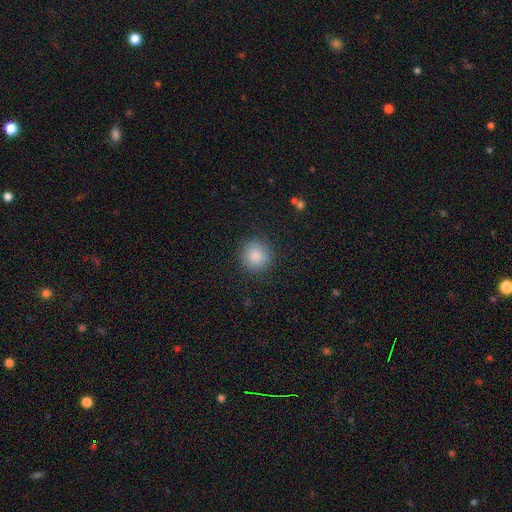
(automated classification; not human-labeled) Overall: smooth (86%). How rounded: round (93%). Merging: none (88%).